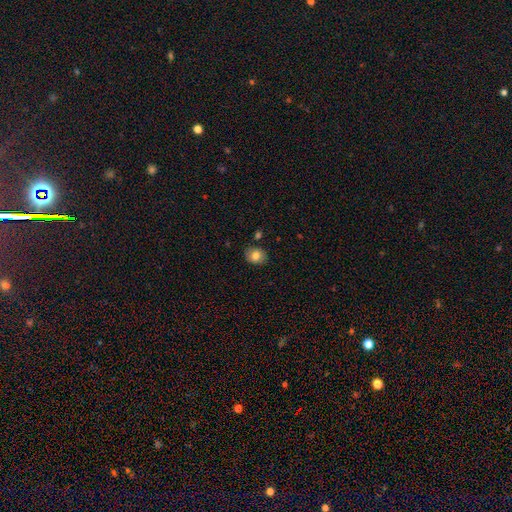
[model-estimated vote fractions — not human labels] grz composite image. It shows a smooth galaxy with no disk features (80%) that is round (57%). Merging: none (84%).